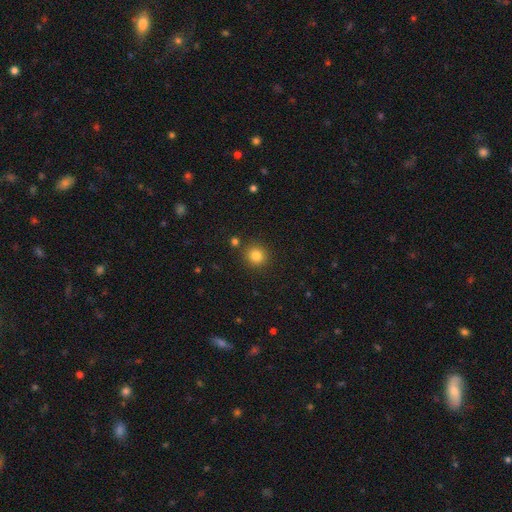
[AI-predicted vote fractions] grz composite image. It shows a smooth galaxy with no disk features (81%) that is round (91%). Merging: none (87%).